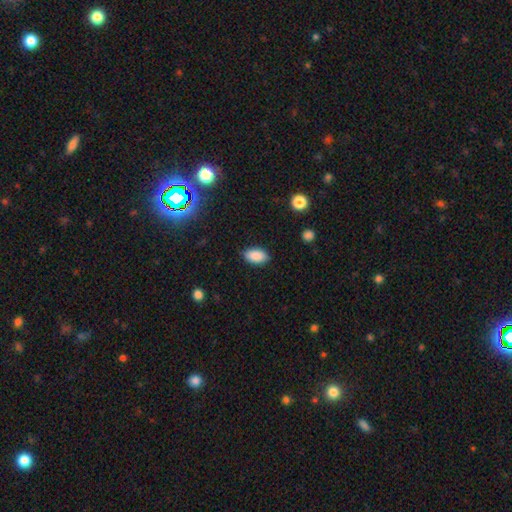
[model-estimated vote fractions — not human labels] smooth 89%, star or artifact 8%, featured or disk 4%. Down the decision tree: how rounded — in between (93%); merging — none (86%).